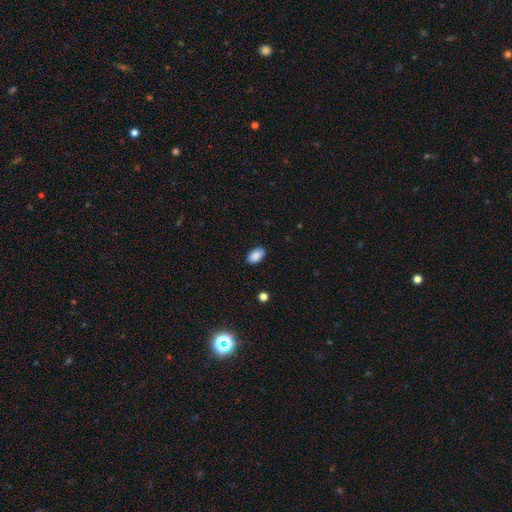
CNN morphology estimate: Q: Smooth or featured?
A: smooth (88%); runner-up: star or artifact (8%)
Q: How rounded?
A: in between (93%); runner-up: round (6%)
Q: Merging?
A: none (86%); runner-up: minor disturbance (10%)